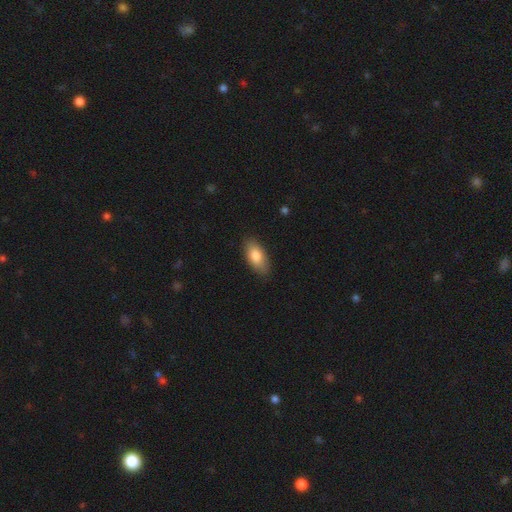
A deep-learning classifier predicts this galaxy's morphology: A smooth galaxy with no disk features (82%) that is in between round and cigar-shaped (90%).

Vote fractions:
- Smooth or featured? smooth: 82% / featured or disk: 11% / star or artifact: 6%
- How rounded? in between: 90% / cigar-shaped: 7% / round: 3%
- Merging? none: 85% / minor disturbance: 12% / major disturbance: 2% / merger: 1%